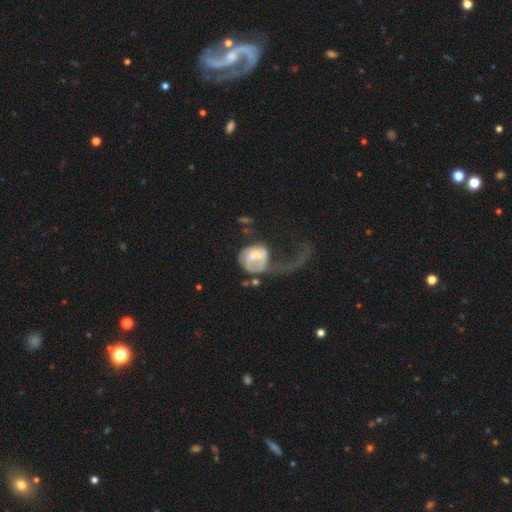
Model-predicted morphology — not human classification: Smooth or featured?
  - featured or disk: 53% *
  - smooth: 39%
  - star or artifact: 8%
Edge-on disk?
  - no: 97% *
  - yes: 3%
Bar?
  - no: 63% *
  - weak: 29%
  - strong: 8%
Spiral arms?
  - no: 56% *
  - yes: 44%
Bulge size?
  - moderate: 43% *
  - small: 34%
  - none: 11%
  - large: 9%
  - dominant: 3%
Merging?
  - major disturbance: 66% *
  - none: 12%
  - merger: 12%
  - minor disturbance: 9%